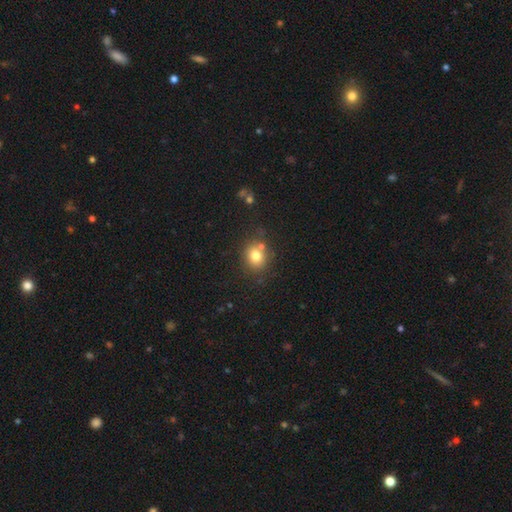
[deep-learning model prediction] Smooth or featured?
  - smooth: 77% *
  - star or artifact: 13%
  - featured or disk: 10%
How rounded?
  - round: 77% *
  - in between: 22%
  - cigar-shaped: 1%
Merging?
  - none: 72% *
  - merger: 12%
  - minor disturbance: 12%
  - major disturbance: 4%